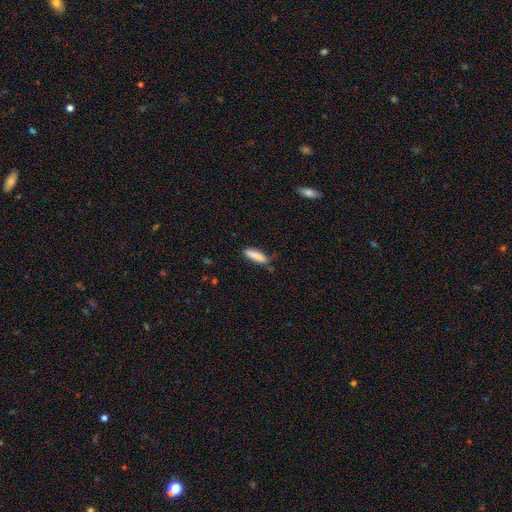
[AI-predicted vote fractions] smooth 85%, featured or disk 8%, star or artifact 7%. Down the decision tree: how rounded — cigar-shaped (72%); merging — none (70%).